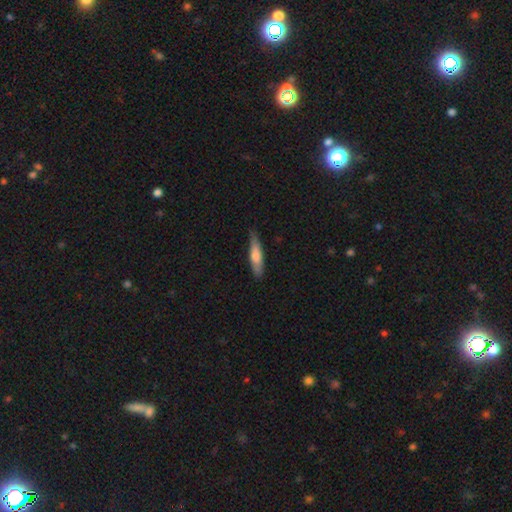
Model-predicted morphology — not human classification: Smooth or featured? Predicted: smooth (p=0.66). How rounded? Predicted: cigar-shaped (p=0.78). Merging? Predicted: none (p=0.77).